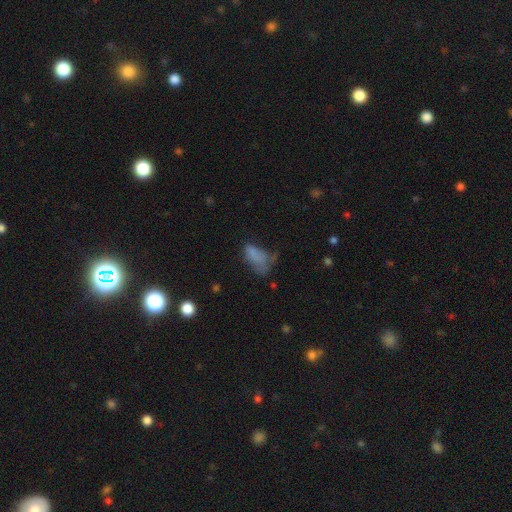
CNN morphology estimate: This appears to be a smooth galaxy with no disk features (66%) that is in between round and cigar-shaped (88%). Merging: major disturbance (41%).